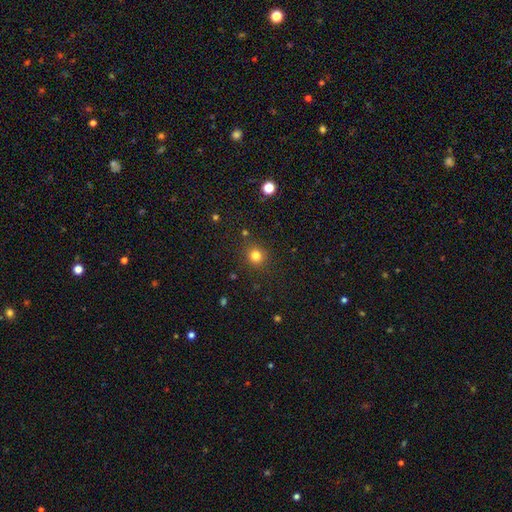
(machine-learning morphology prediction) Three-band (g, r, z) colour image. It shows a smooth galaxy with no disk features (81%) that is round (90%). Merging: none (88%).